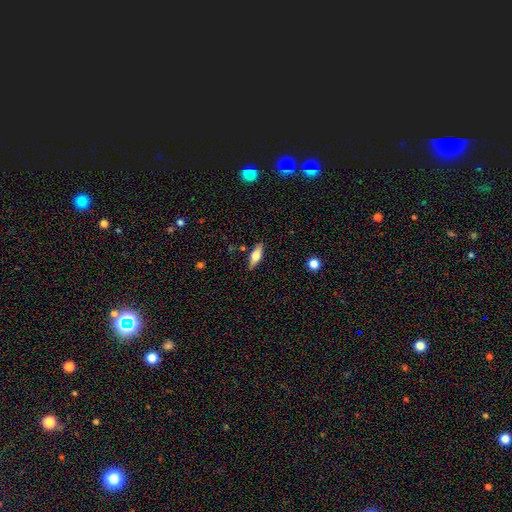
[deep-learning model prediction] Smooth or featured? smooth (56%)
How rounded? in between (64%)
Merging? none (85%)